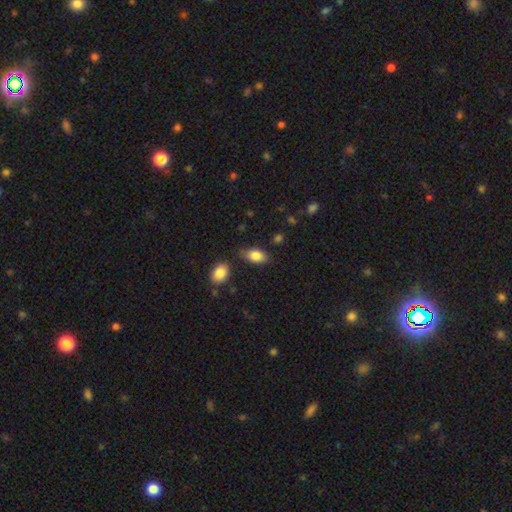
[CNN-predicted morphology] smooth-or-featured: smooth: 84% | featured or disk: 8% | star or artifact: 8%
  how-rounded: in between: 90% | round: 7% | cigar-shaped: 3%
  merging: none: 75% | minor disturbance: 17% | merger: 4% | major disturbance: 4%